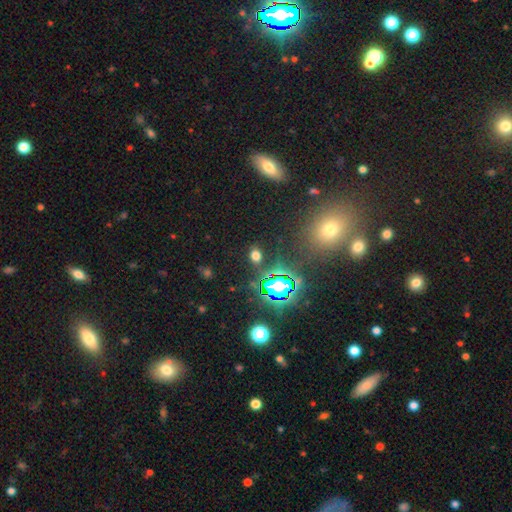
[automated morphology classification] Smooth or featured?
  - smooth: 57% *
  - star or artifact: 35%
  - featured or disk: 8%
How rounded?
  - in between: 61% *
  - round: 36%
  - cigar-shaped: 3%
Merging?
  - none: 84% *
  - minor disturbance: 8%
  - merger: 4%
  - major disturbance: 4%